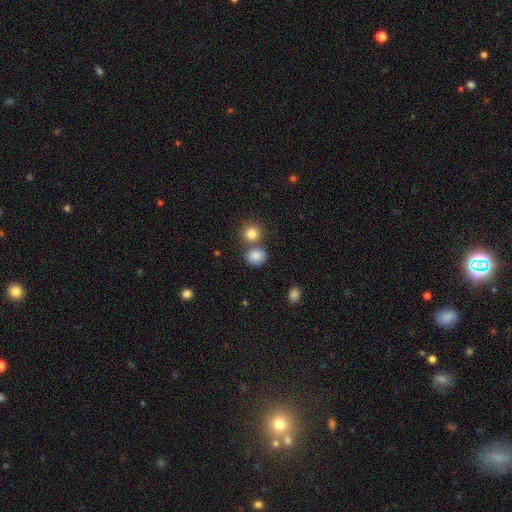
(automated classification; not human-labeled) A smooth galaxy with no disk features (84%) that is round (78%). Merging: none (63%).